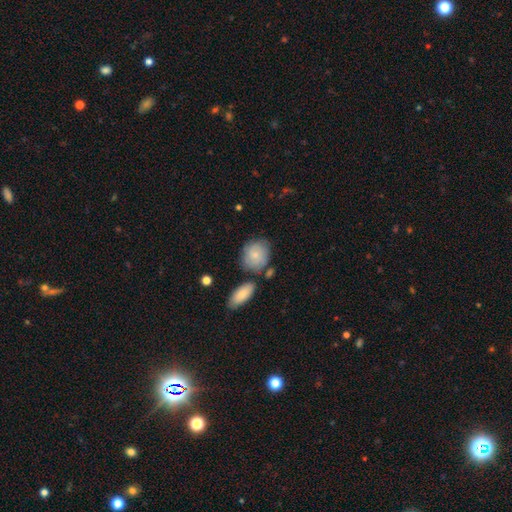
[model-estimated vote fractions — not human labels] Smooth or featured: smooth — 75% (featured or disk — 19%)
How rounded: round — 67% (in between — 32%)
Merging: none — 62% (minor disturbance — 20%)